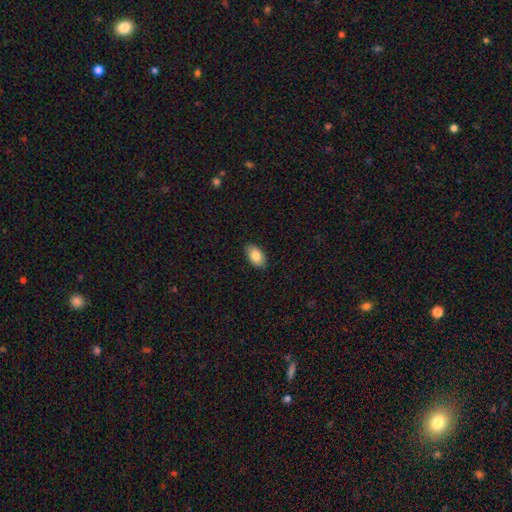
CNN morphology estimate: Smooth or featured?
  - smooth: 84% *
  - featured or disk: 9%
  - star or artifact: 7%
How rounded?
  - in between: 93% *
  - round: 5%
  - cigar-shaped: 2%
Merging?
  - none: 88% *
  - minor disturbance: 10%
  - major disturbance: 2%
  - merger: 1%